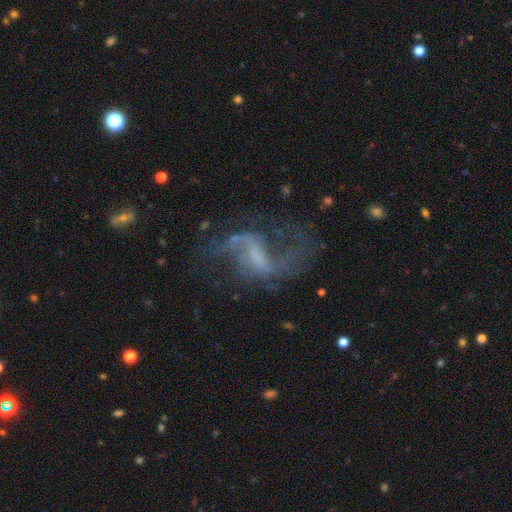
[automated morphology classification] A featured or disk galaxy (81%) with a weak bar (48%), 2 (83%) loose (77%) spiral arms (87%) and no central bulge (46%).

Vote fractions:
- Smooth or featured? featured or disk: 81% / star or artifact: 10% / smooth: 9%
- Edge-on disk? no: 97% / yes: 3%
- Bar? weak: 48% / strong: 29% / no: 23%
- Spiral arms? yes: 87% / no: 13%
- Spiral winding? loose: 77% / medium: 20% / tight: 4%
- Spiral arm count? 2: 83% / 1: 7% / can't tell: 6% / 3: 2% / 4: 1% / more than 4: 1%
- Bulge size? none: 46% / small: 32% / moderate: 17% / large: 4% / dominant: 1%
- Merging? none: 52% / major disturbance: 28% / minor disturbance: 16% / merger: 4%